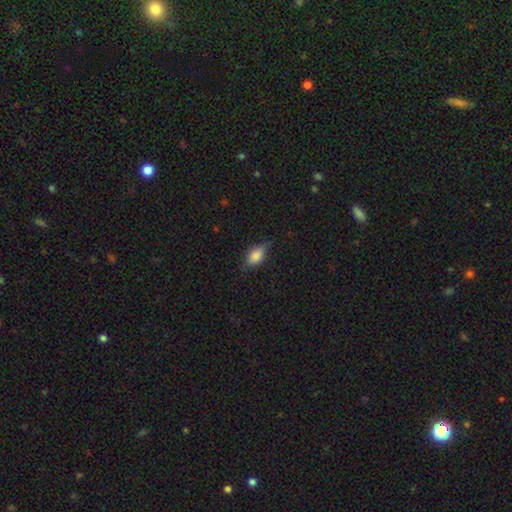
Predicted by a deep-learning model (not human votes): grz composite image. It shows a smooth galaxy with no disk features (76%) that is in between round and cigar-shaped (86%). Merging: none (62%).